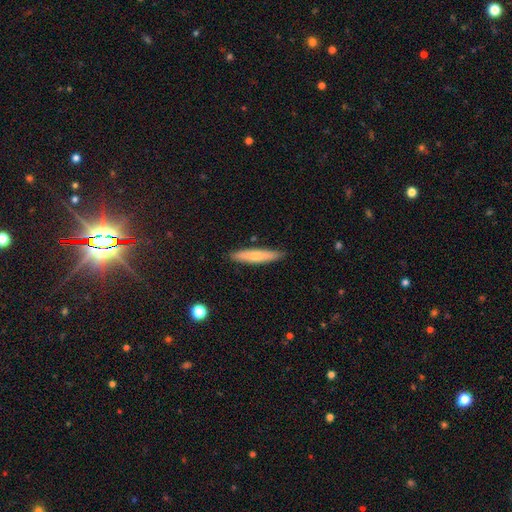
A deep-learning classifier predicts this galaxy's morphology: Q: Smooth or featured?
A: smooth (67%); runner-up: featured or disk (27%)
Q: How rounded?
A: cigar-shaped (88%); runner-up: in between (11%)
Q: Merging?
A: none (88%); runner-up: minor disturbance (9%)